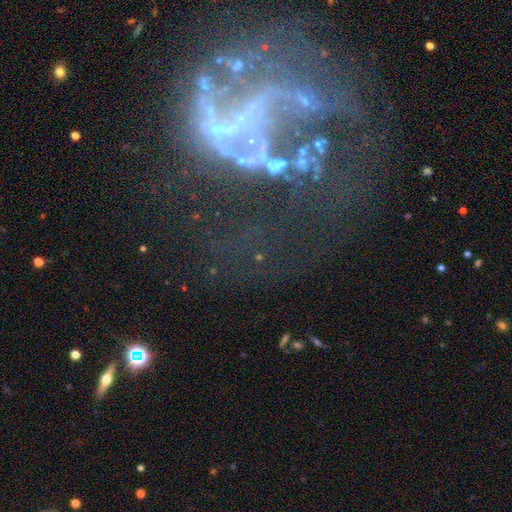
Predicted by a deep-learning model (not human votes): Smooth or featured?
  - featured or disk: 71% *
  - star or artifact: 20%
  - smooth: 9%
Edge-on disk?
  - no: 98% *
  - yes: 2%
Bar?
  - no: 69% *
  - weak: 19%
  - strong: 12%
Spiral arms?
  - no: 58% *
  - yes: 42%
Bulge size?
  - none: 71% *
  - small: 19%
  - moderate: 7%
  - large: 2%
  - dominant: 1%
Merging?
  - major disturbance: 52% *
  - none: 25%
  - merger: 13%
  - minor disturbance: 11%